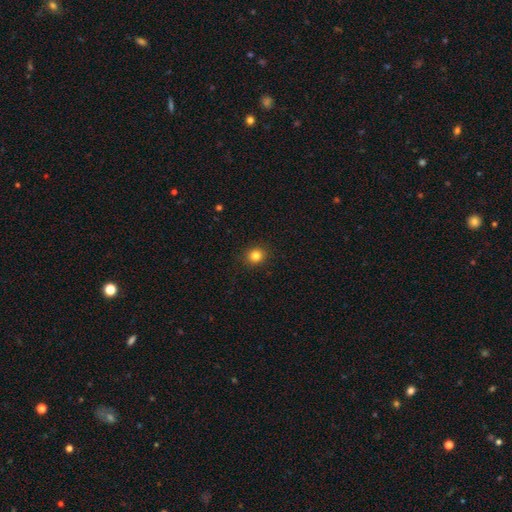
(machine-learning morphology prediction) smooth 83%, star or artifact 12%, featured or disk 5%. Down the decision tree: how rounded — round (82%); merging — none (91%).